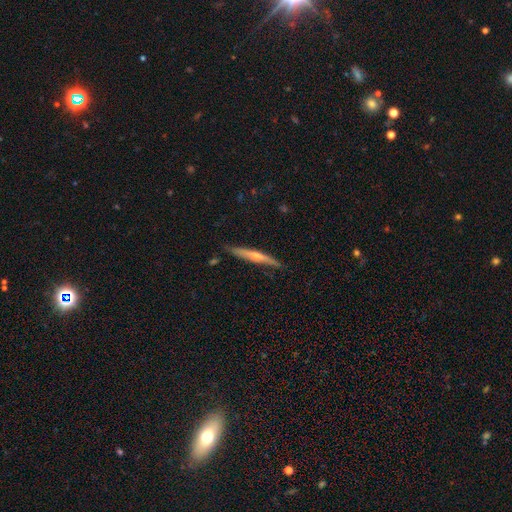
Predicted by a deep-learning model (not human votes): This appears to be a featured or disk galaxy (61%) viewed edge-on (96%) with a rounded central bulge (72%). Merging: none (83%).